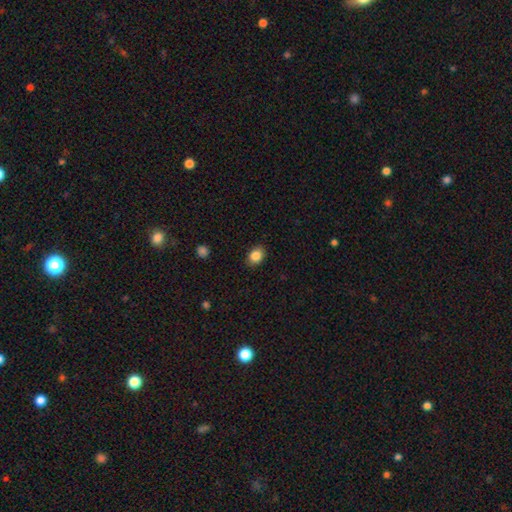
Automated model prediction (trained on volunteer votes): Smooth or featured: smooth — 85% (star or artifact — 9%)
How rounded: in between — 63% (round — 36%)
Merging: none — 88% (minor disturbance — 9%)